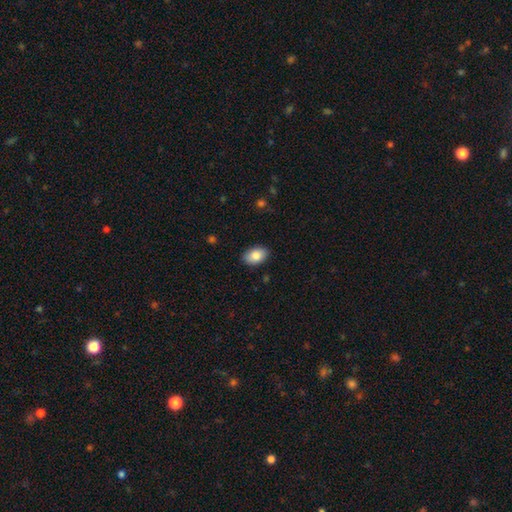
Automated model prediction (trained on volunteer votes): This appears to be a smooth galaxy with no disk features (87%) that is in between round and cigar-shaped (91%). Merging: none (88%).